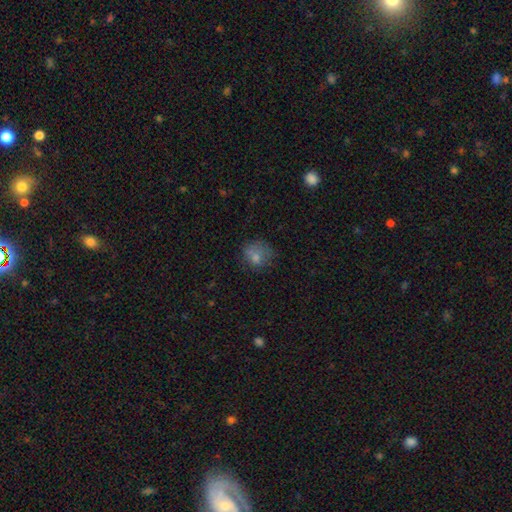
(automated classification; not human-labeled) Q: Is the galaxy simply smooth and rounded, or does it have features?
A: smooth — 71%.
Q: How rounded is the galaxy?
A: round — 71%.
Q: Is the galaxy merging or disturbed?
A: none — 50%.